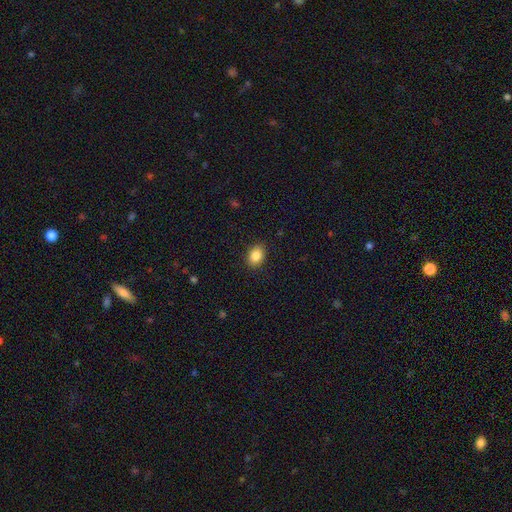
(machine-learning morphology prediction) Overall: smooth (86%). How rounded: in between (71%). Merging: none (89%).